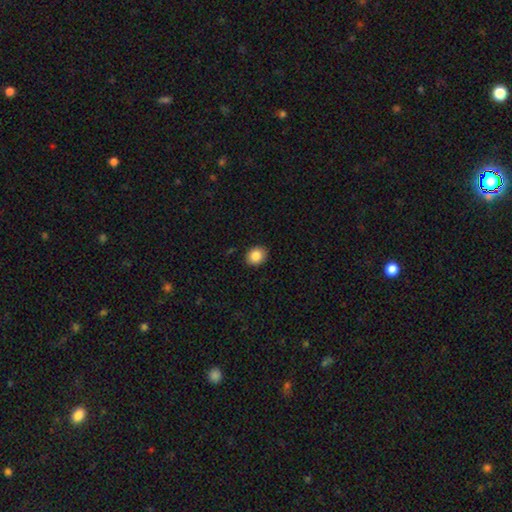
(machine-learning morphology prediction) This appears to be a smooth galaxy with no disk features (86%) that is round (60%). Merging: none (89%).